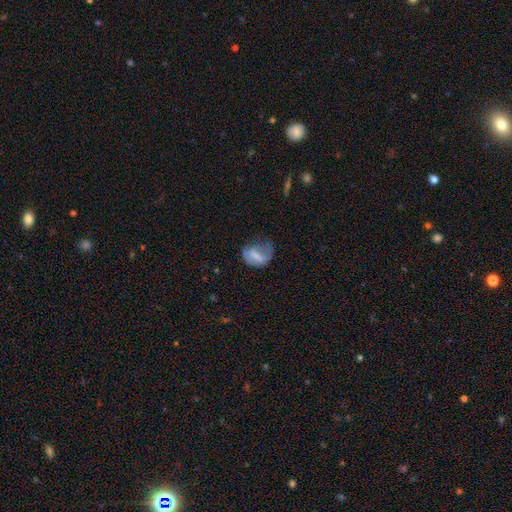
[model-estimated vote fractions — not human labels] Smooth or featured: smooth — 56% (featured or disk — 35%)
How rounded: in between — 61% (round — 36%)
Merging: major disturbance — 36% (none — 32%)